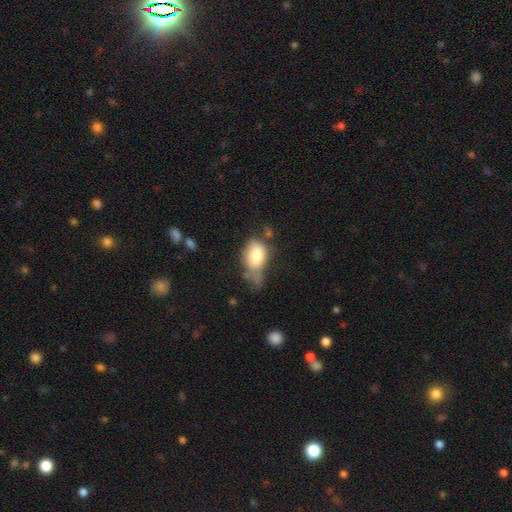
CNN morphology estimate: Smooth or featured? smooth (76%)
How rounded? in between (82%)
Merging? minor disturbance (35%)